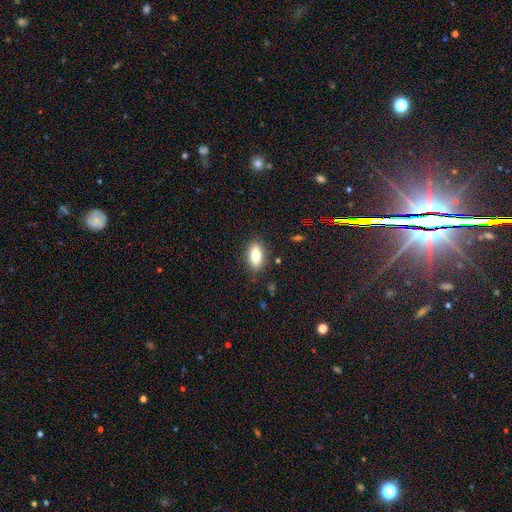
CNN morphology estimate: This is likely a smooth galaxy (79%). How rounded: clearly in between (87%). Merging: clearly none (84%).